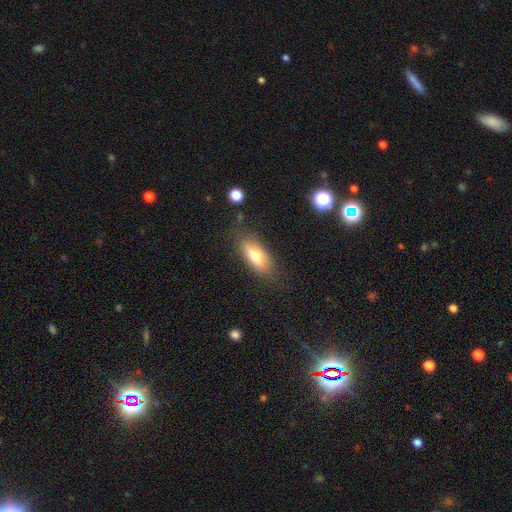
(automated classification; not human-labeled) The model was most divided on "smooth or featured": smooth: 65%, featured or disk: 28%, star or artifact: 8%. More confident: merging — none (76%); how rounded — in between (71%).